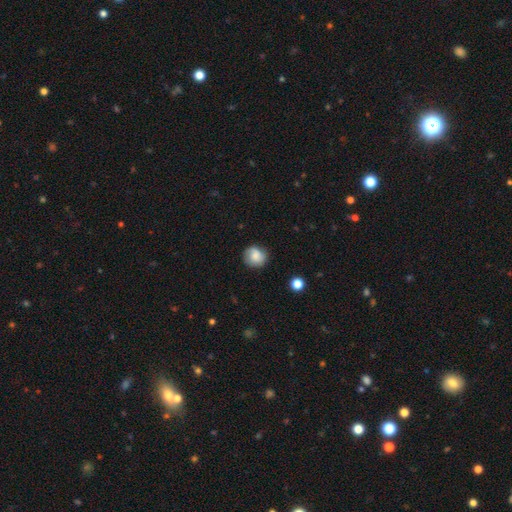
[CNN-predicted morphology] type=smooth (77%); roundness=round (86%); merging=none (78%).